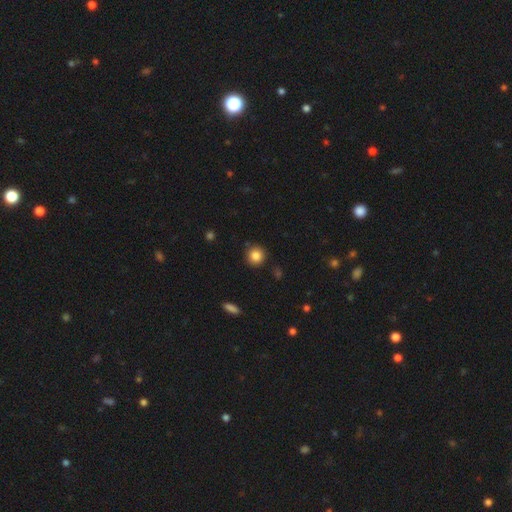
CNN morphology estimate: Overall: smooth (85%). How rounded: round (92%). Merging: none (88%).